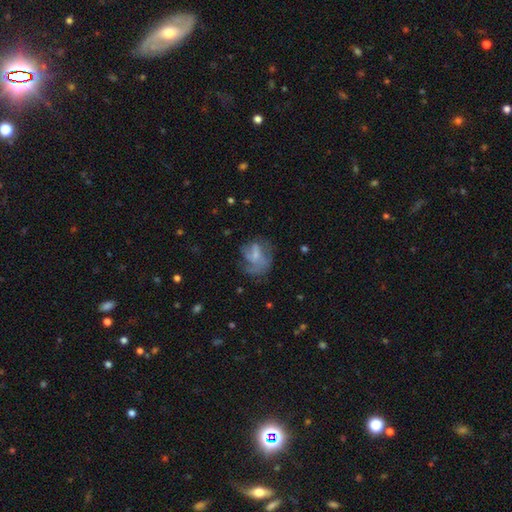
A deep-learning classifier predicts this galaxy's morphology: A featured or disk galaxy (48%). Merging: none (39%).